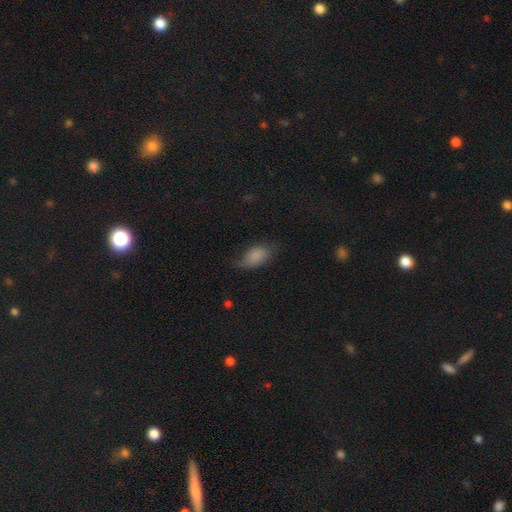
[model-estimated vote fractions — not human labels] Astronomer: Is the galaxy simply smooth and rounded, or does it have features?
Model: smooth — 79%.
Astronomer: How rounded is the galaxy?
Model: in between — 92%.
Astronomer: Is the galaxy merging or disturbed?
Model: none — 52% (runner-up: minor disturbance, 33%).